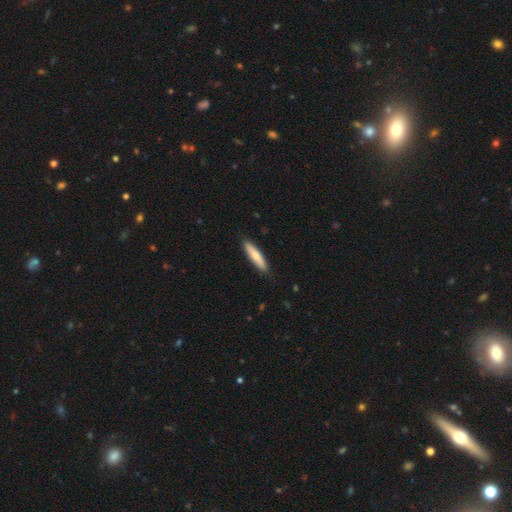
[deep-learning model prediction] Smooth or featured?
  - smooth: 72% *
  - featured or disk: 23%
  - star or artifact: 5%
How rounded?
  - cigar-shaped: 82% *
  - in between: 17%
  - round: 1%
Merging?
  - none: 88% *
  - minor disturbance: 10%
  - major disturbance: 2%
  - merger: 1%